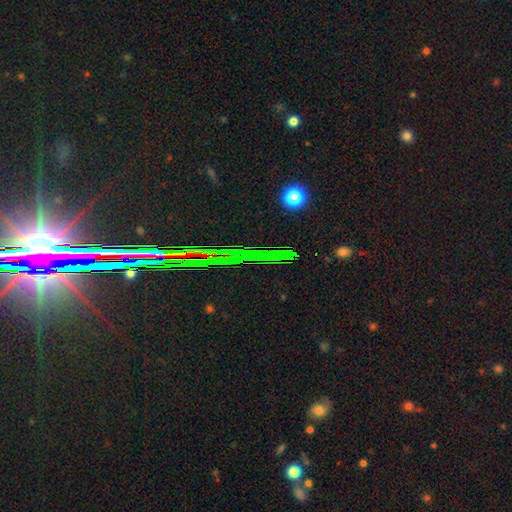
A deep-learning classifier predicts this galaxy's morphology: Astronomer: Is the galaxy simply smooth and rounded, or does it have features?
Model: star or artifact — 80%.